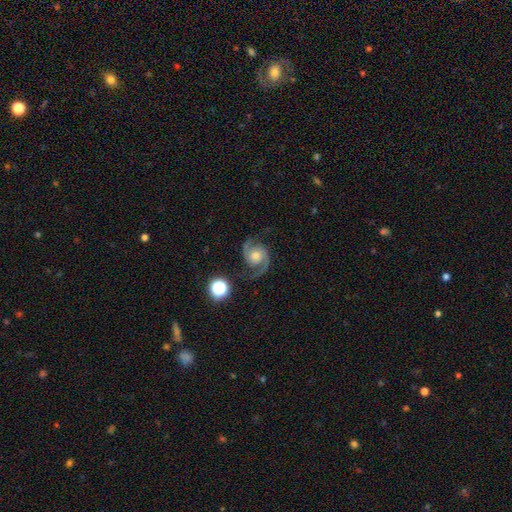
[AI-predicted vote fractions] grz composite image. It shows a featured or disk galaxy (89%) with no bar (69%), 2 (93%) medium (59%) spiral arms (98%) and a moderate central bulge (58%). Merging: none (79%).